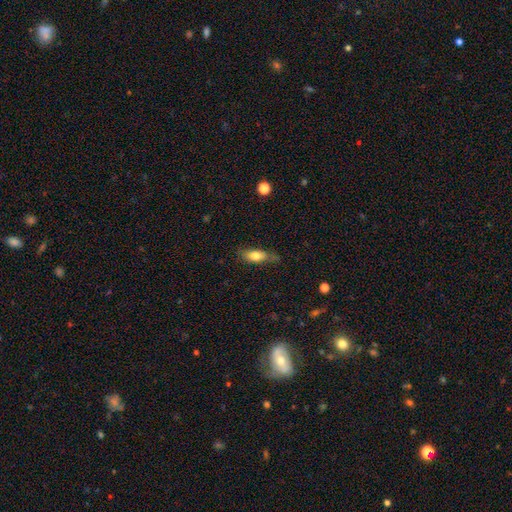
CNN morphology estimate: Smooth or featured: smooth — 74% (featured or disk — 18%)
How rounded: in between — 74% (cigar-shaped — 22%)
Merging: none — 62% (minor disturbance — 28%)